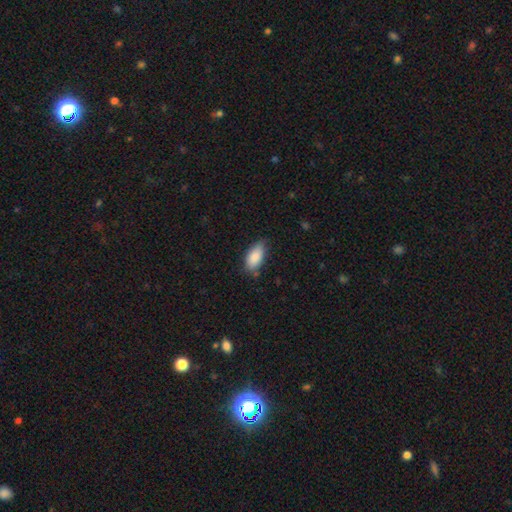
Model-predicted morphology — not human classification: Smooth or featured? Predicted: smooth (p=0.87). How rounded? Predicted: in between (p=0.91). Merging? Predicted: none (p=0.68).